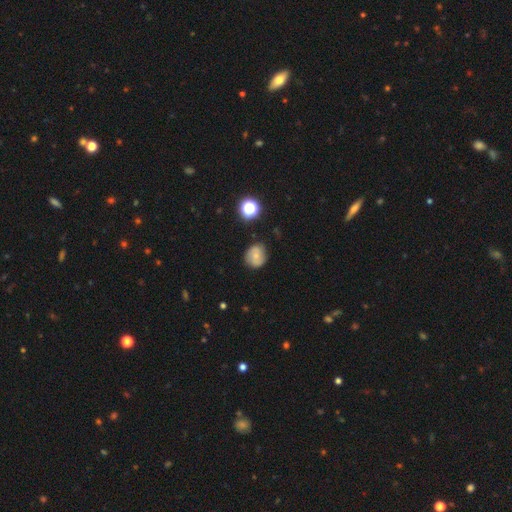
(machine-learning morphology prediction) Overall: featured or disk (45%; smooth 44%). Merging: none (75%).